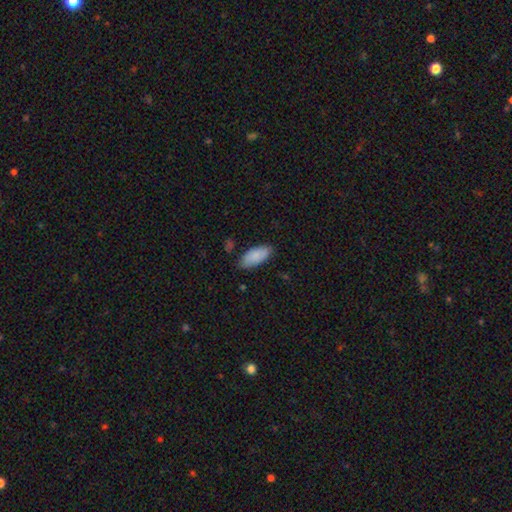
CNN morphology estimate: smooth 86%, featured or disk 7%, star or artifact 6%. Down the decision tree: how rounded — in between (89%); merging — none (79%).